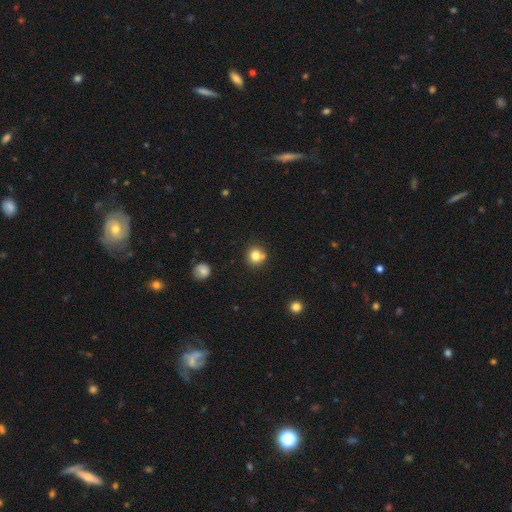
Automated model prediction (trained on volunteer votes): Q: Smooth or featured?
A: smooth (80%); runner-up: star or artifact (12%)
Q: How rounded?
A: round (89%); runner-up: in between (10%)
Q: Merging?
A: none (72%); runner-up: minor disturbance (14%)